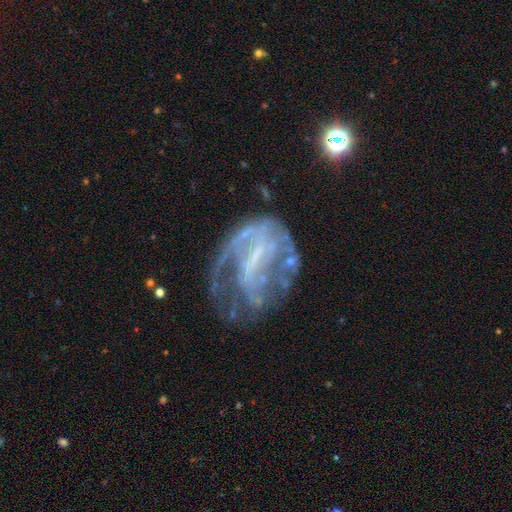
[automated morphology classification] Smooth or featured? Predicted: featured or disk (p=0.78). Edge-on disk? Predicted: no (p=0.97). Bar? Predicted: weak (p=0.39). Spiral arms? Predicted: yes (p=0.66). Bulge size? Predicted: none (p=0.49). Merging? Predicted: major disturbance (p=0.38).